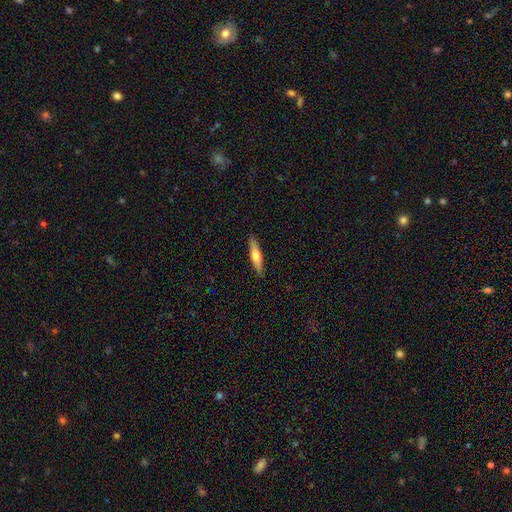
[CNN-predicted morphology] Overall: smooth (57%; featured or disk 37%). How rounded: cigar-shaped (80%). Merging: none (89%).